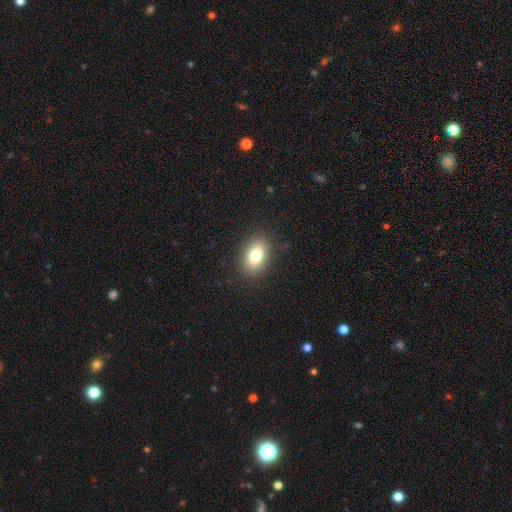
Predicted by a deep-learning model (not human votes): Overall: smooth (79%). How rounded: in between (85%). Merging: none (87%).